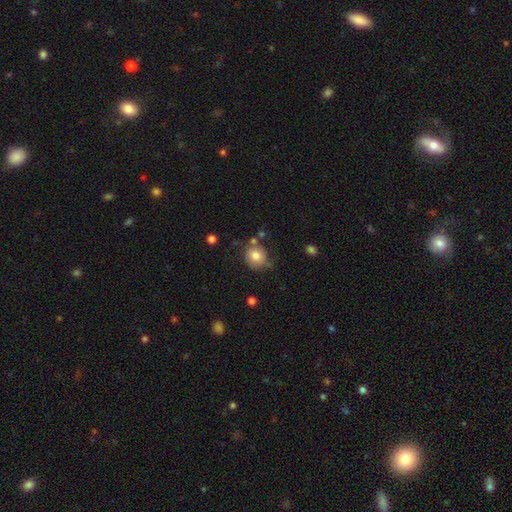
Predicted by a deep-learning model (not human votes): smooth-or-featured: smooth: 79% | featured or disk: 11% | star or artifact: 10%
  how-rounded: round: 78% | in between: 21% | cigar-shaped: 1%
  merging: none: 63% | minor disturbance: 21% | merger: 9% | major disturbance: 7%